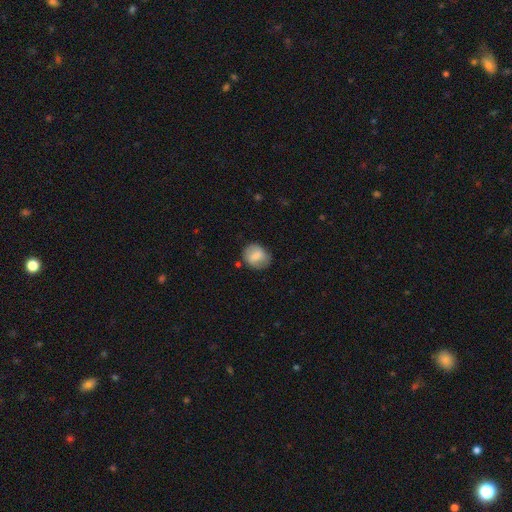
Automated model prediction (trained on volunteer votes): A smooth galaxy with no disk features (73%) that is round (62%). Merging: none (73%).